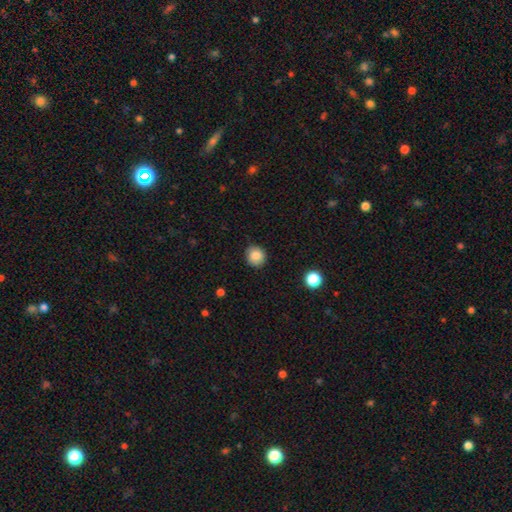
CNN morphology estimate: Smooth or featured: smooth — 84% (star or artifact — 10%)
How rounded: round — 89% (in between — 10%)
Merging: none — 87% (minor disturbance — 10%)